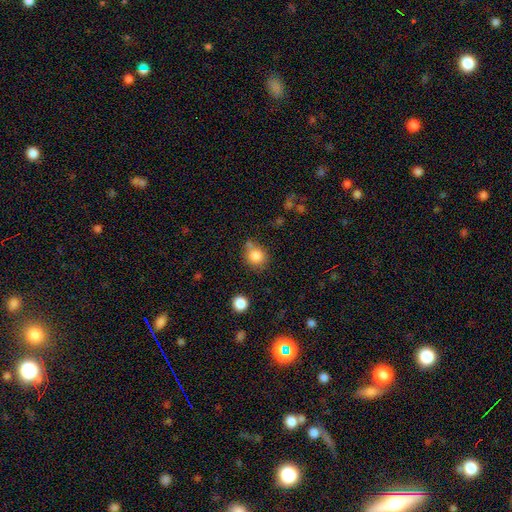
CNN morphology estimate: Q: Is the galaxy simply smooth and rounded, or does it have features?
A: smooth — 83%.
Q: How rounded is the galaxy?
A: round — 78%.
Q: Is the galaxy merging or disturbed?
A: none — 61%.